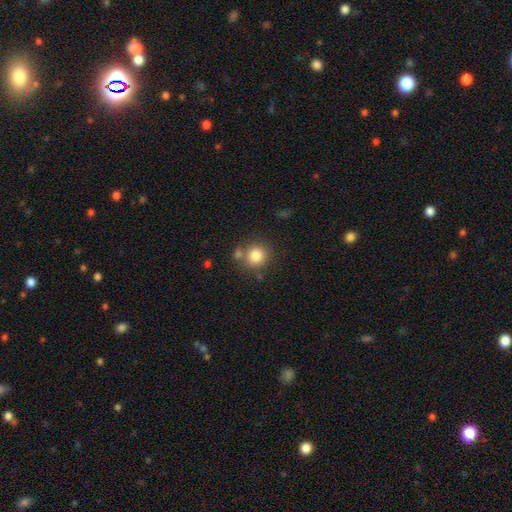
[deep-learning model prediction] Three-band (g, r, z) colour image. It shows a smooth galaxy with no disk features (81%) that is round (89%). Merging: none (70%).